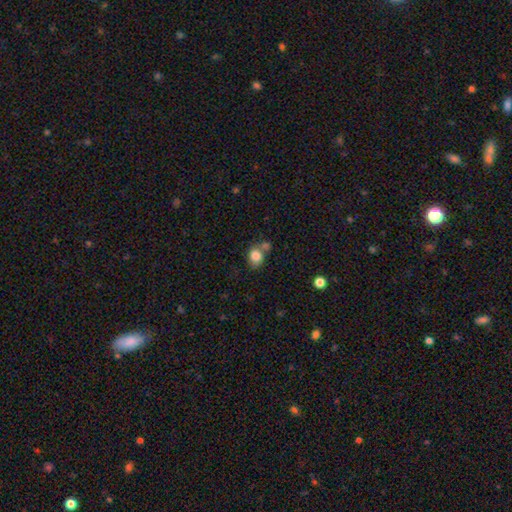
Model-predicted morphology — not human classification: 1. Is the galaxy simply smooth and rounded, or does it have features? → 83% smooth, 9% star or artifact, 8% featured or disk.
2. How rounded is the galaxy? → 53% round, 46% in between, 1% cigar-shaped.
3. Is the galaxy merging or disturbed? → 49% none, 28% merger, 17% minor disturbance, 6% major disturbance.